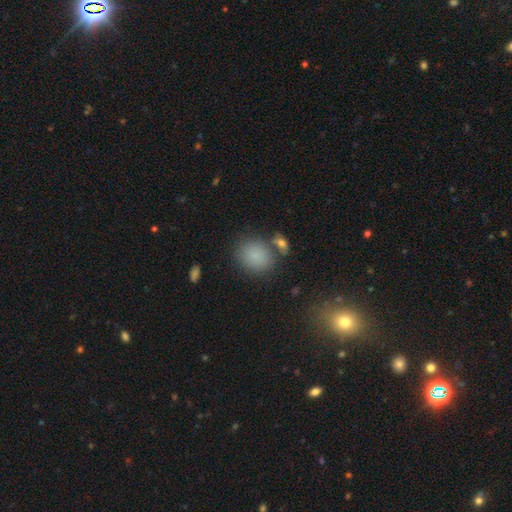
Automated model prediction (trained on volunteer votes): smooth-or-featured: smooth: 83% | star or artifact: 11% | featured or disk: 7%
  how-rounded: round: 67% | in between: 32% | cigar-shaped: 1%
  merging: none: 72% | minor disturbance: 13% | merger: 11% | major disturbance: 5%